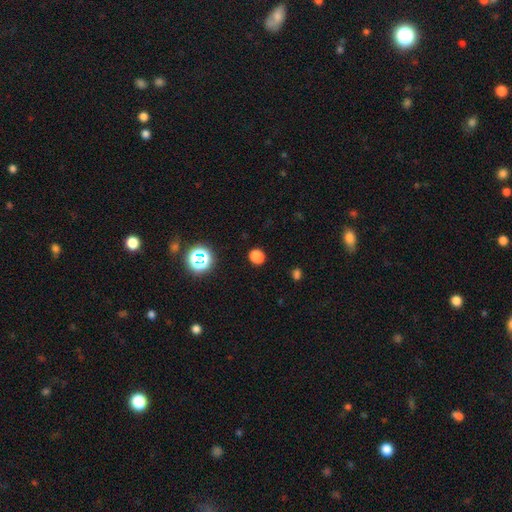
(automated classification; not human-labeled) smooth_or_featured: smooth (p=0.78) [alt: star or artifact p=0.18]
how_rounded: round (p=0.65) [alt: in between p=0.34]
merging: none (p=0.89) [alt: minor disturbance p=0.07]